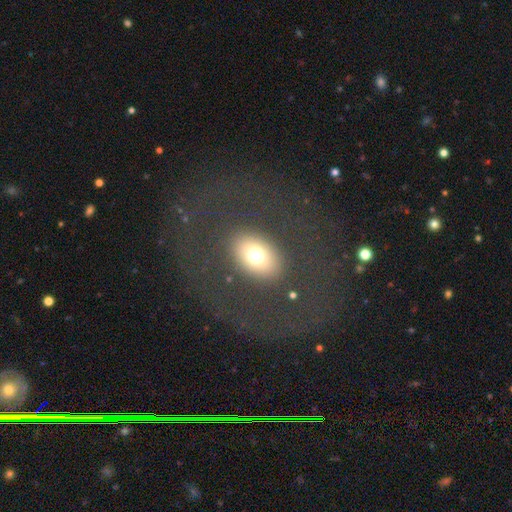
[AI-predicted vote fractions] Morphology: type=smooth (70%); roundness=in between (67%); merging=none (84%).